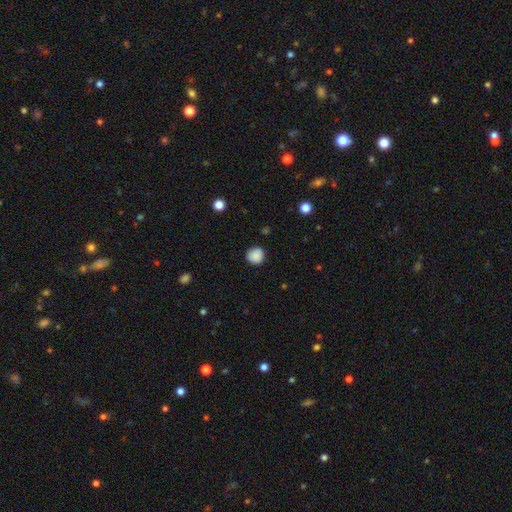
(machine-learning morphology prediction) Q: Smooth or featured?
A: smooth (87%); runner-up: star or artifact (9%)
Q: How rounded?
A: round (91%); runner-up: in between (8%)
Q: Merging?
A: none (86%); runner-up: minor disturbance (11%)